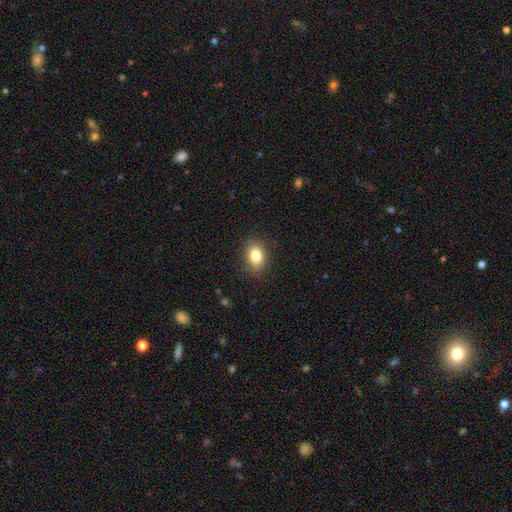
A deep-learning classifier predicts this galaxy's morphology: Smooth or featured: smooth — 83% (star or artifact — 9%)
How rounded: in between — 74% (round — 25%)
Merging: none — 86% (minor disturbance — 10%)